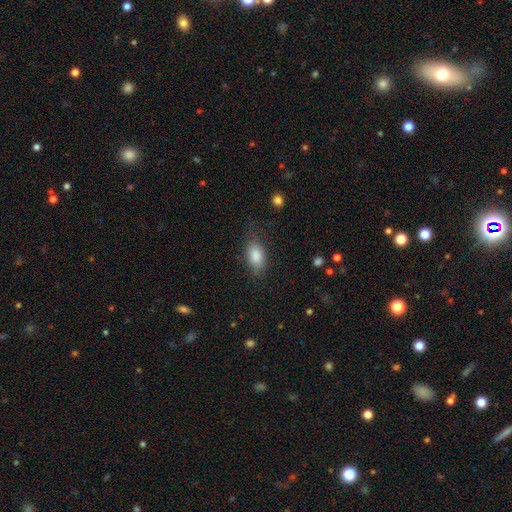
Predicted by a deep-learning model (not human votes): Morphology: type=smooth (86%); roundness=in between (90%); merging=none (70%).